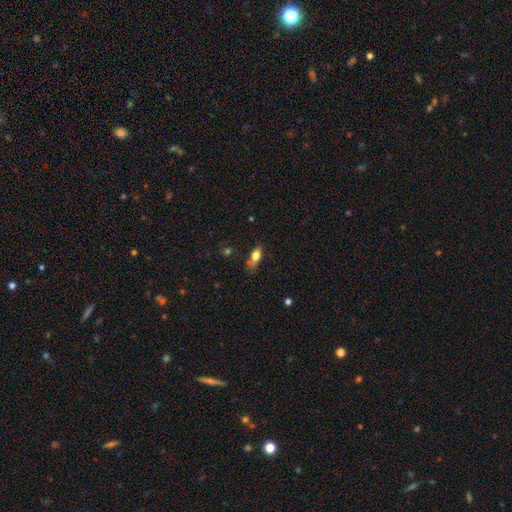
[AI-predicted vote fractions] Q: Smooth or featured?
A: smooth (73%); runner-up: featured or disk (18%)
Q: How rounded?
A: in between (73%); runner-up: cigar-shaped (19%)
Q: Merging?
A: none (48%); runner-up: minor disturbance (32%)